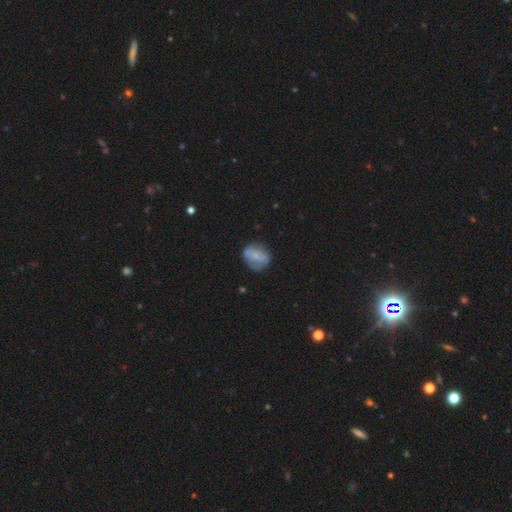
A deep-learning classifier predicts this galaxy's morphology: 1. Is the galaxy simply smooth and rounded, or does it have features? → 58% smooth, 33% featured or disk, 9% star or artifact.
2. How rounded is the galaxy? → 55% round, 44% in between, 1% cigar-shaped.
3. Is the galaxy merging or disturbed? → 58% none, 26% minor disturbance, 11% major disturbance, 5% merger.